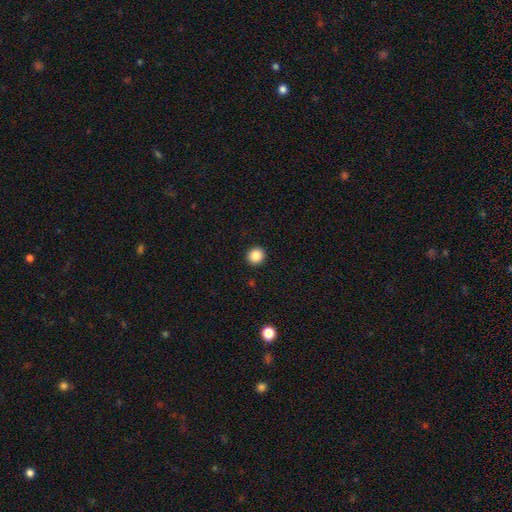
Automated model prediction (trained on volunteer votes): Smooth or featured? Predicted: smooth (p=0.86). How rounded? Predicted: round (p=0.92). Merging? Predicted: none (p=0.93).